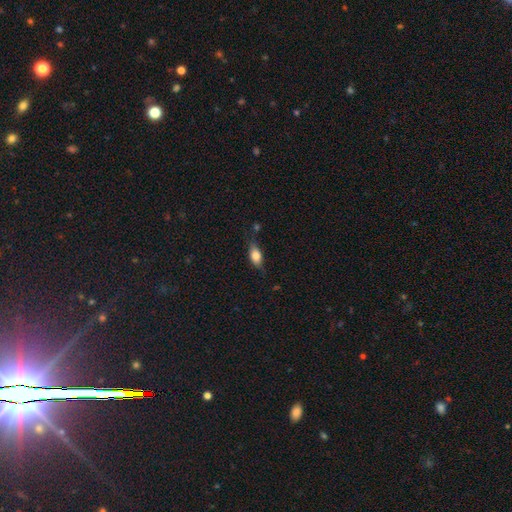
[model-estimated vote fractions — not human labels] Smooth or featured? smooth (77%)
How rounded? in between (85%)
Merging? none (66%)